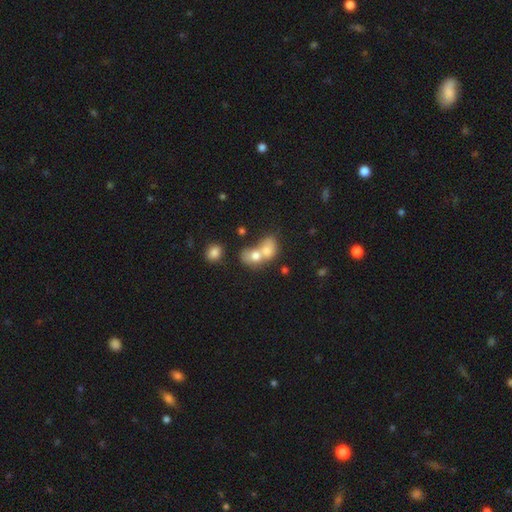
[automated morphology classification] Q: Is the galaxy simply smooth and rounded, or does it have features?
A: smooth — 69%.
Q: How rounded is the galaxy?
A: in between — 53%.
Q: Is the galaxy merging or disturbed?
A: merger — 77%.